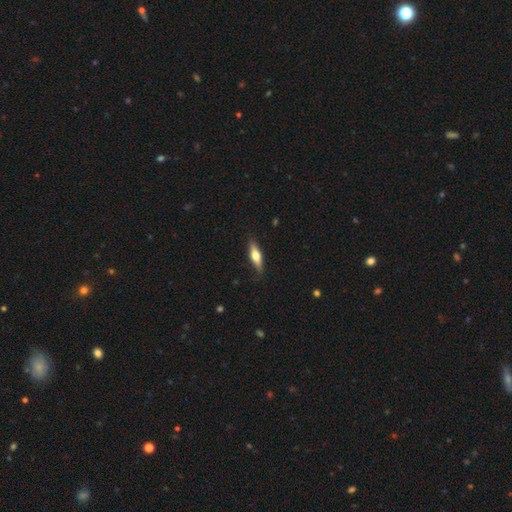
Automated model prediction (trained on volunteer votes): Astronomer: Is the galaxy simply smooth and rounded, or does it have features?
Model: smooth — 56% (runner-up: featured or disk, 38%).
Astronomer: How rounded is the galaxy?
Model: cigar-shaped — 59% (runner-up: in between, 38%).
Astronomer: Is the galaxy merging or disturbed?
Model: none — 84%.